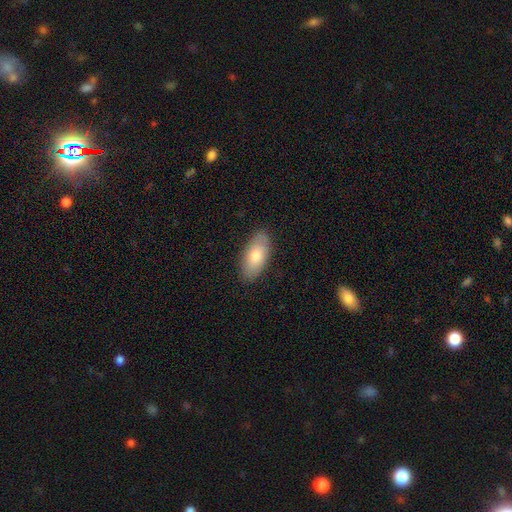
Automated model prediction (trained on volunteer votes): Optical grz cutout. It shows a smooth galaxy with no disk features (75%) that is in between round and cigar-shaped (91%). Merging: none (86%).